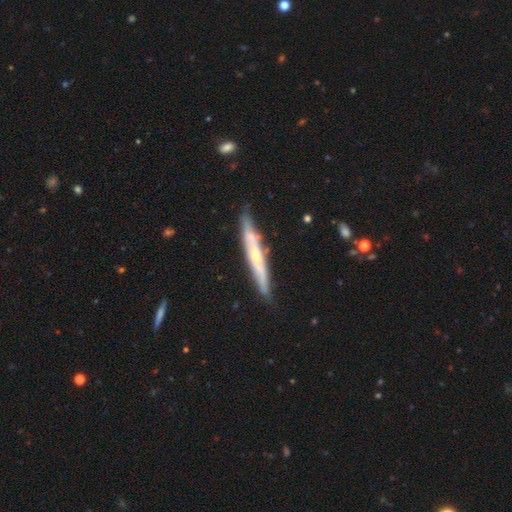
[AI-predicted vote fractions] Smooth or featured?
  - featured or disk: 66% *
  - smooth: 28%
  - star or artifact: 6%
Edge-on disk?
  - yes: 80% *
  - no: 20%
Edge-on bulge?
  - rounded: 63% *
  - none: 33%
  - boxy: 4%
Merging?
  - none: 77% *
  - minor disturbance: 16%
  - merger: 4%
  - major disturbance: 3%